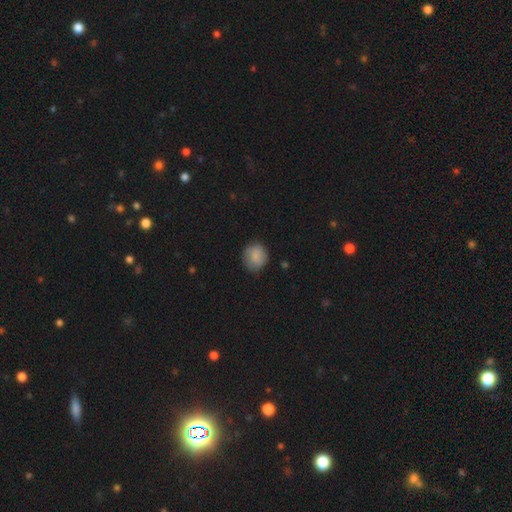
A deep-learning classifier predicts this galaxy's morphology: Smooth or featured? smooth (83%)
How rounded? round (79%)
Merging? none (76%)